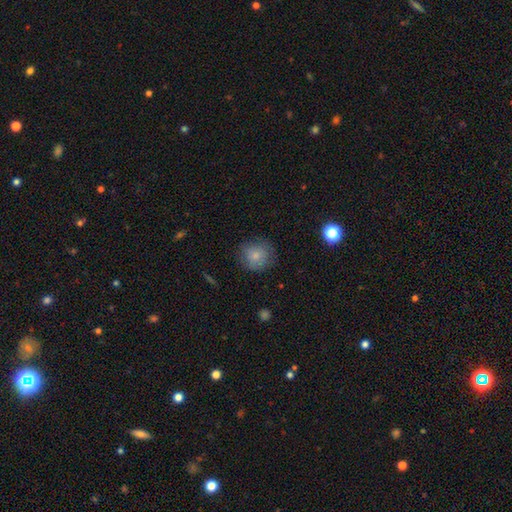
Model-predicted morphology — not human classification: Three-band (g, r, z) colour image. It shows a smooth galaxy with no disk features (81%) that is round (88%). Merging: none (77%).